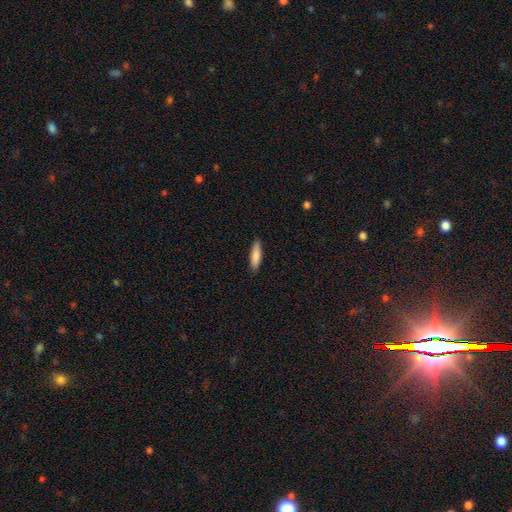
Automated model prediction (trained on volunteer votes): smooth 84%, featured or disk 10%, star or artifact 6%. Down the decision tree: how rounded — cigar-shaped (71%); merging — none (89%).